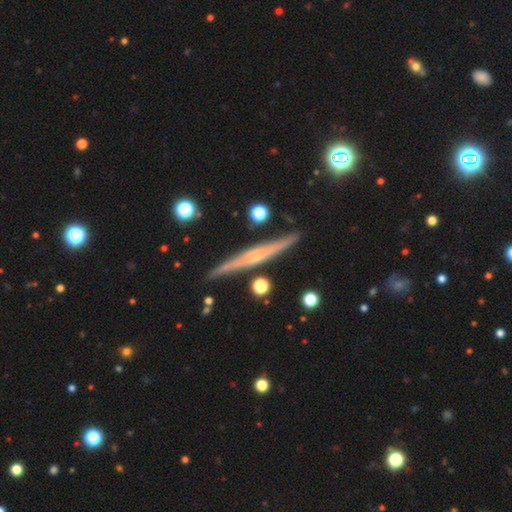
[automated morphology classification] Smooth or featured: featured or disk — 68% (smooth — 25%)
Edge-on disk: yes — 97% (no — 3%)
Edge-on bulge: none — 46% (rounded — 43%)
Merging: none — 87% (minor disturbance — 9%)